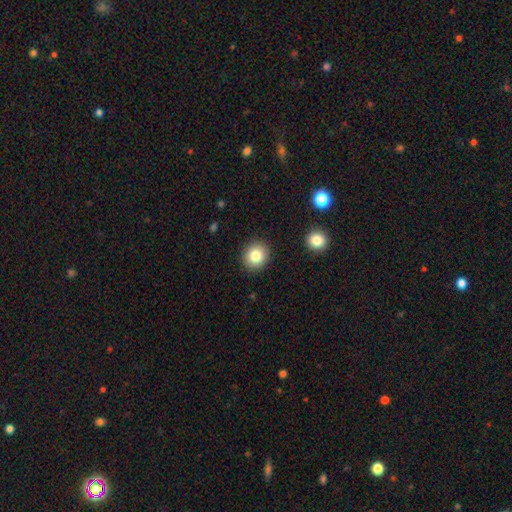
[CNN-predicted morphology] type=smooth (82%); roundness=round (83%); merging=none (90%).